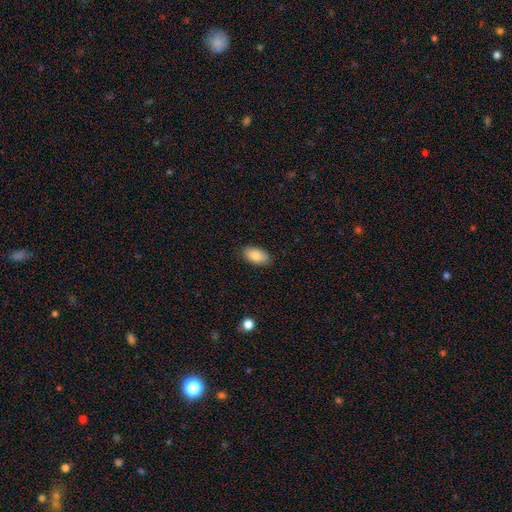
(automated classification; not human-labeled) Smooth or featured? smooth (85%)
How rounded? in between (94%)
Merging? none (86%)